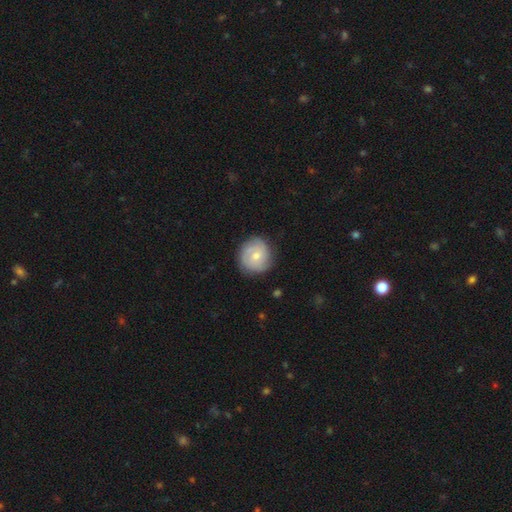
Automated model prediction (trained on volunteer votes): A featured or disk galaxy (53%) with no bar (70%), spiral arms (84%) and a small central bulge (48%, tied with moderate).

Vote fractions:
- Smooth or featured? featured or disk: 53% / smooth: 41% / star or artifact: 6%
- Edge-on disk? no: 98% / yes: 2%
- Bar? no: 70% / weak: 26% / strong: 4%
- Spiral arms? yes: 84% / no: 16%
- Bulge size? small: 48% (tied) / moderate: 48% (tied) / large: 2% / none: 2% / dominant: 1%
- Merging? none: 82% / minor disturbance: 14% / major disturbance: 4% / merger: 1%